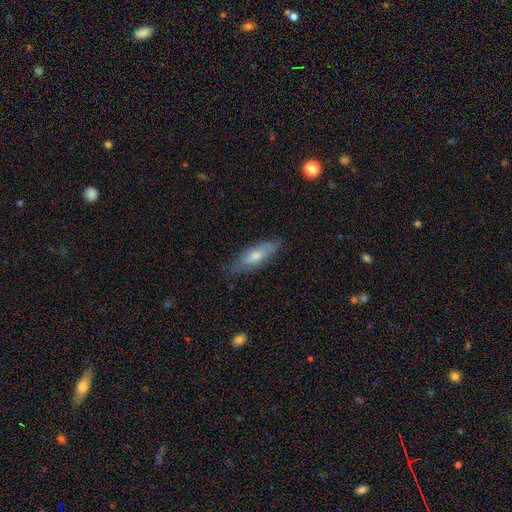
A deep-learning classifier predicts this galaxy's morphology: smooth_or_featured: smooth (p=0.58) [alt: featured or disk p=0.35]
how_rounded: cigar-shaped (p=0.50) [alt: in between p=0.48]
merging: none (p=0.76) [alt: minor disturbance p=0.19]